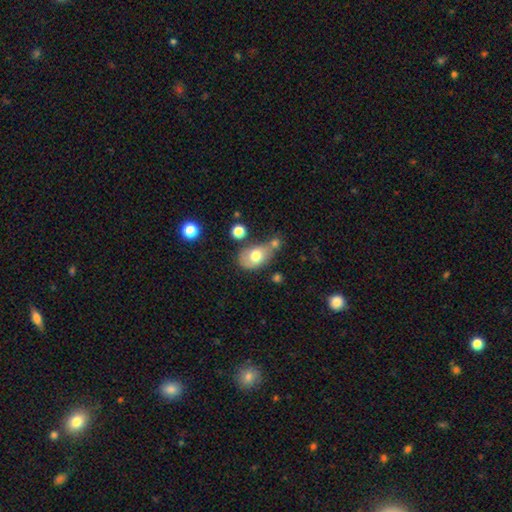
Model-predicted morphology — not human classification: Q: Smooth or featured?
A: smooth (71%); runner-up: featured or disk (21%)
Q: How rounded?
A: in between (76%); runner-up: round (22%)
Q: Merging?
A: none (33%); runner-up: merger (30%)